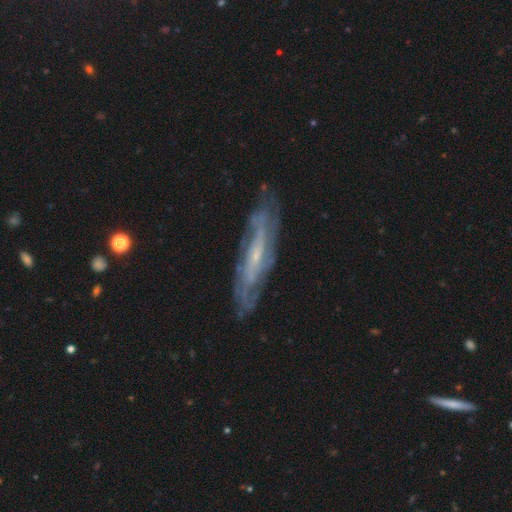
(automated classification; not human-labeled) Q: Smooth or featured?
A: featured or disk (82%); runner-up: smooth (12%)
Q: Edge-on disk?
A: no (69%); runner-up: yes (31%)
Q: Bar?
A: weak (42%); runner-up: no (40%)
Q: Spiral arms?
A: yes (91%); runner-up: no (9%)
Q: Spiral winding?
A: tight (48%); runner-up: medium (38%)
Q: Spiral arm count?
A: can't tell (44%); runner-up: 2 (28%)
Q: Bulge size?
A: small (68%); runner-up: moderate (22%)
Q: Merging?
A: none (77%); runner-up: minor disturbance (16%)